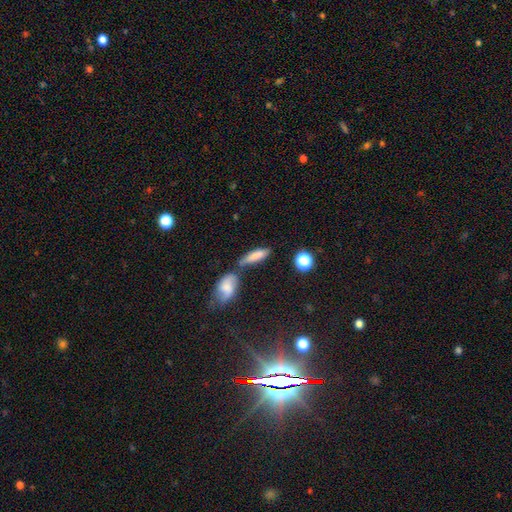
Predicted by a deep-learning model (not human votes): smooth-or-featured: smooth: 75% | featured or disk: 16% | star or artifact: 9%
  how-rounded: cigar-shaped: 51% | in between: 46% | round: 4%
  merging: none: 47% | merger: 31% | minor disturbance: 16% | major disturbance: 6%